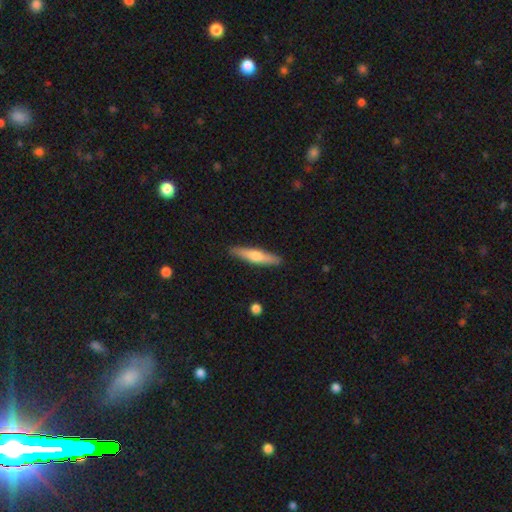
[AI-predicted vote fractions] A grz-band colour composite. It shows a smooth galaxy with no disk features (53%) that is cigar-shaped (87%). Merging: none (90%).